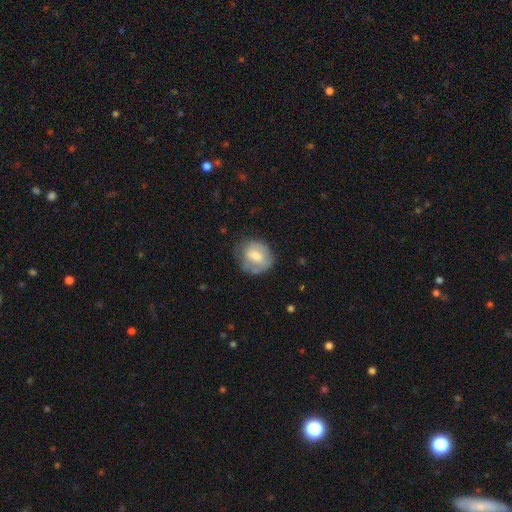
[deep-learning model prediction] Smooth or featured? Predicted: smooth (p=0.59). How rounded? Predicted: round (p=0.68). Merging? Predicted: none (p=0.59).